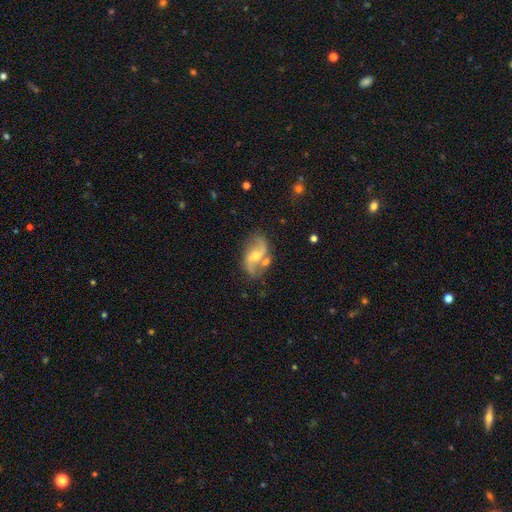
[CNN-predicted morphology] smooth_or_featured: featured or disk (p=0.83) [alt: smooth p=0.11]
disk_edge_on: no (p=0.97) [alt: yes p=0.03]
bar: weak (p=0.43) [alt: no p=0.42]
has_spiral_arms: yes (p=0.94) [alt: no p=0.06]
spiral_winding: loose (p=0.64) [alt: medium p=0.29]
spiral_arm_count: 2 (p=0.92) [alt: can't tell p=0.03]
bulge_size: moderate (p=0.50) [alt: small p=0.43]
merging: none (p=0.68) [alt: minor disturbance p=0.16]